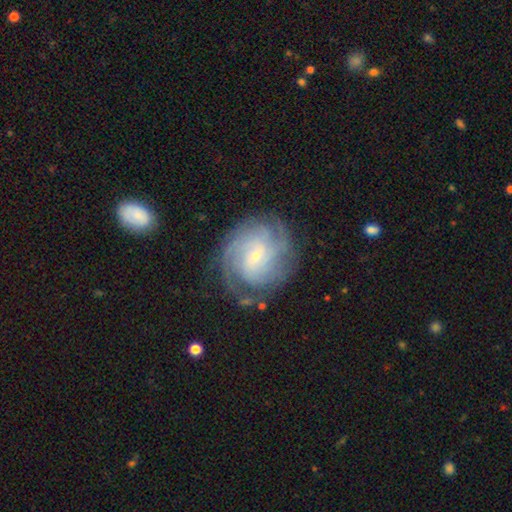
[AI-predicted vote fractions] featured or disk 84%, smooth 10%, star or artifact 7%. Down the decision tree: edge-on disk — no (97%); bar — no (54%); spiral arms — yes (96%); spiral arm count — can't tell (27%); spiral winding — tight (66%); bulge size — small (82%); merging — none (76%).